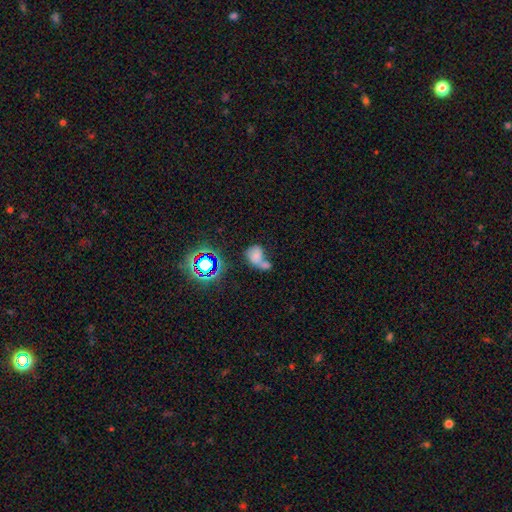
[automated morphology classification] The model was most divided on "how rounded": in between: 61%, round: 37%, cigar-shaped: 2%. More confident: merging — merger (65%); smooth or featured — smooth (62%).